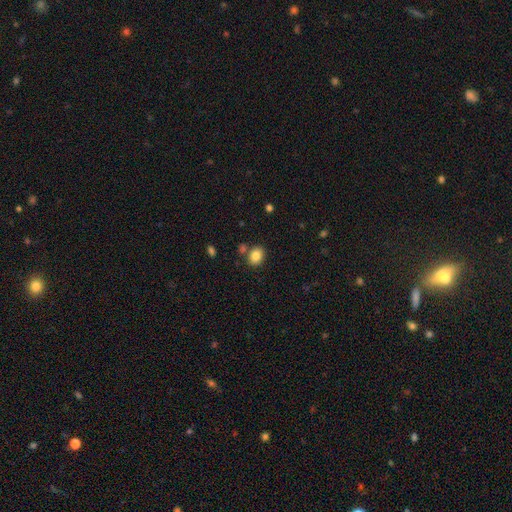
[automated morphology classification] A smooth galaxy with no disk features (84%) that is round (50%, tied with in between).

Vote fractions:
- Smooth or featured? smooth: 84% / star or artifact: 9% / featured or disk: 7%
- How rounded? round: 50% (tied) / in between: 50% (tied) / cigar-shaped: 1%
- Merging? none: 76% / minor disturbance: 10% / merger: 10% / major disturbance: 3%